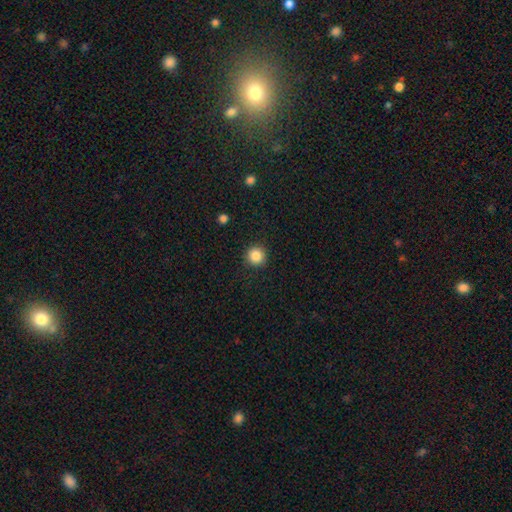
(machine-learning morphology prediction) Smooth or featured? smooth (86%)
How rounded? round (95%)
Merging? none (91%)